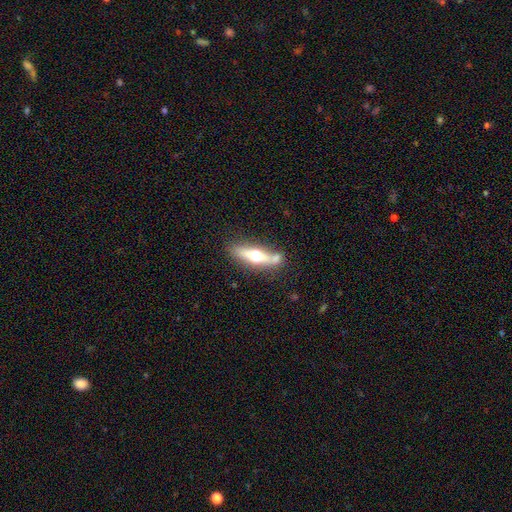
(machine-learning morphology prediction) featured or disk 57%, smooth 37%, star or artifact 6%. Down the decision tree: edge-on disk — yes (88%); edge-on bulge — rounded (95%); merging — none (64%).